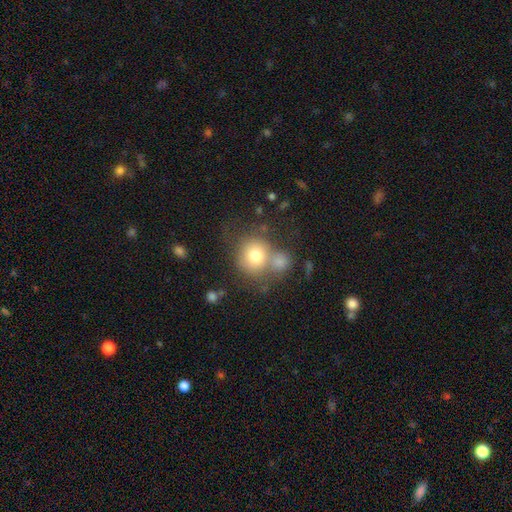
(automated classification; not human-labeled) Overall: smooth (74%). How rounded: round (85%). Merging: none (45%; merger 33%).